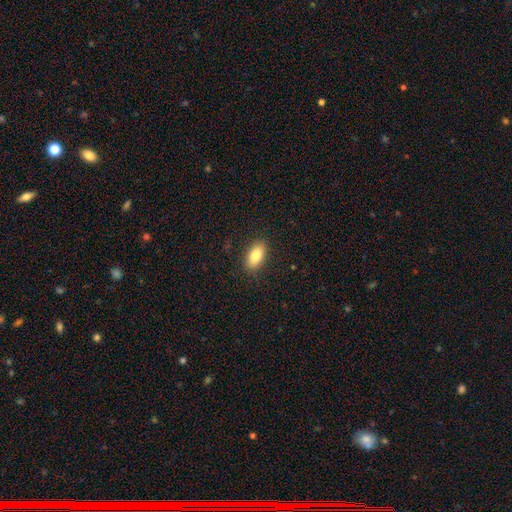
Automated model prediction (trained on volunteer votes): Smooth or featured: smooth — 82% (featured or disk — 11%)
How rounded: in between — 90% (cigar-shaped — 6%)
Merging: none — 88% (minor disturbance — 9%)